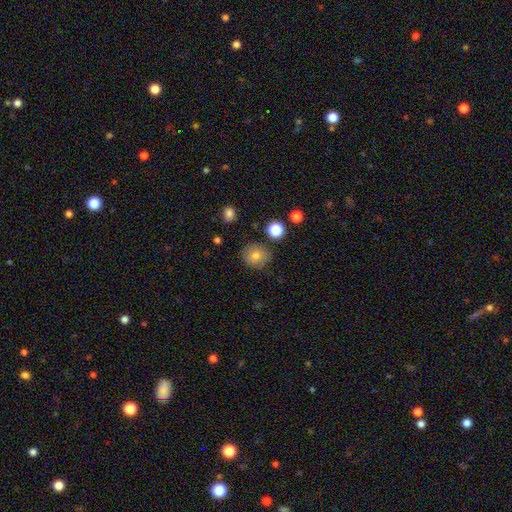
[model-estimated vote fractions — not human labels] Smooth or featured? smooth (78%)
How rounded? round (81%)
Merging? none (83%)